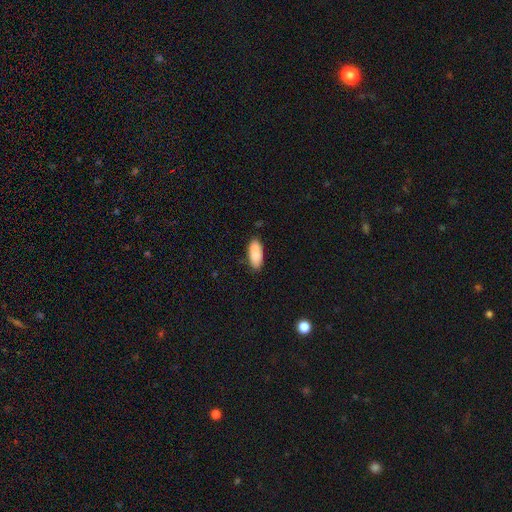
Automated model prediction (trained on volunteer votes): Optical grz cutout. It shows a smooth galaxy with no disk features (77%) that is in between round and cigar-shaped (81%). Merging: none (59%).